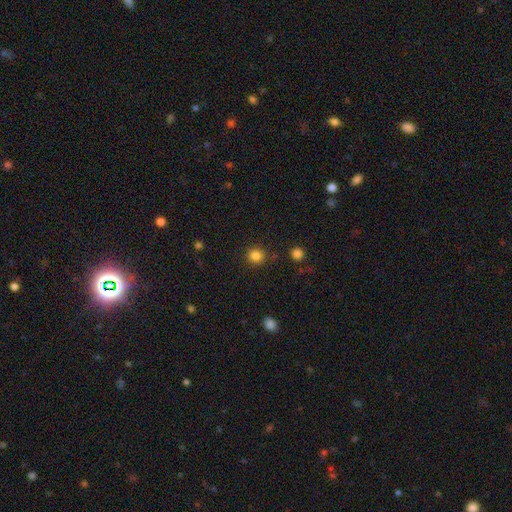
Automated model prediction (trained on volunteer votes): Smooth or featured? smooth (83%)
How rounded? round (88%)
Merging? none (87%)